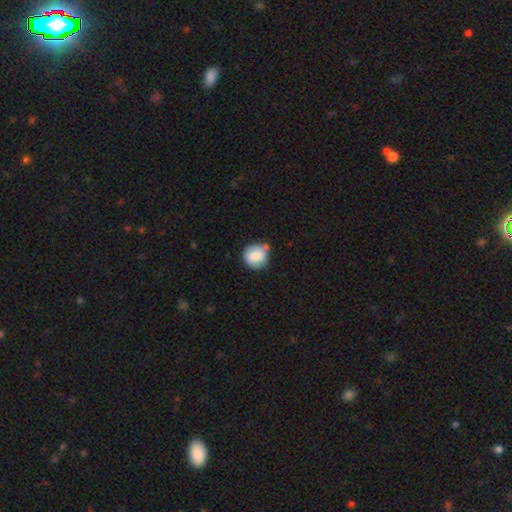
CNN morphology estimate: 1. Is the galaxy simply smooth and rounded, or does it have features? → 83% smooth, 10% featured or disk, 8% star or artifact.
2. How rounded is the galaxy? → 83% round, 16% in between, 1% cigar-shaped.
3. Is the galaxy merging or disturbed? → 54% none, 32% minor disturbance, 8% merger, 7% major disturbance.